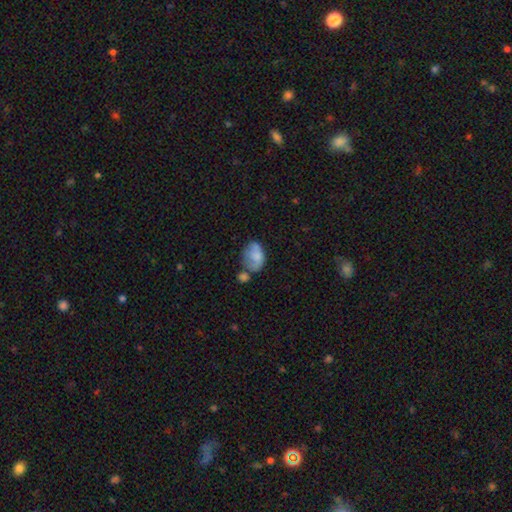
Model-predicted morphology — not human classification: Smooth or featured?
  - smooth: 68% *
  - featured or disk: 23%
  - star or artifact: 8%
How rounded?
  - in between: 82% *
  - round: 17%
  - cigar-shaped: 1%
Merging?
  - minor disturbance: 29% * (tied)
  - none: 29% * (tied)
  - merger: 22%
  - major disturbance: 20%